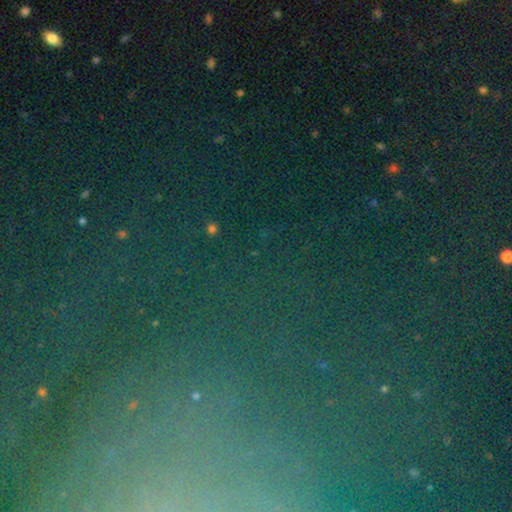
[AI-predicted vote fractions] The model was most divided on "smooth or featured": star or artifact: 73%, smooth: 14%, featured or disk: 13%.